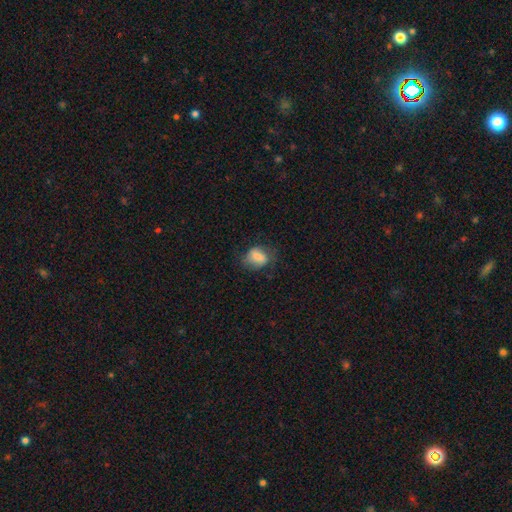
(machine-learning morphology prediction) Q: Smooth or featured?
A: smooth (69%); runner-up: featured or disk (22%)
Q: How rounded?
A: in between (62%); runner-up: round (37%)
Q: Merging?
A: none (60%); runner-up: minor disturbance (26%)